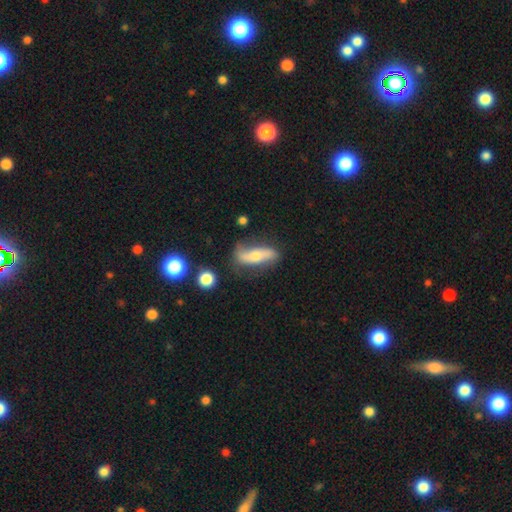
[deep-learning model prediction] Overall: featured or disk (64%; smooth 29%). Edge-on disk: no (64%; yes 36%). Merging: none (69%).